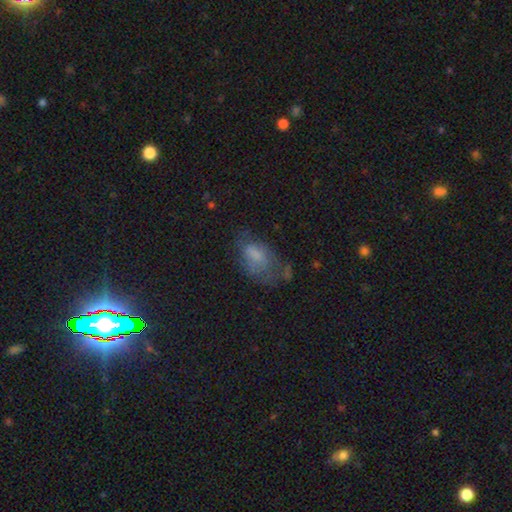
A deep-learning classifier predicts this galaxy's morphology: Smooth or featured: smooth — 57% (featured or disk — 31%)
How rounded: in between — 88% (round — 8%)
Merging: none — 36% (major disturbance — 31%)